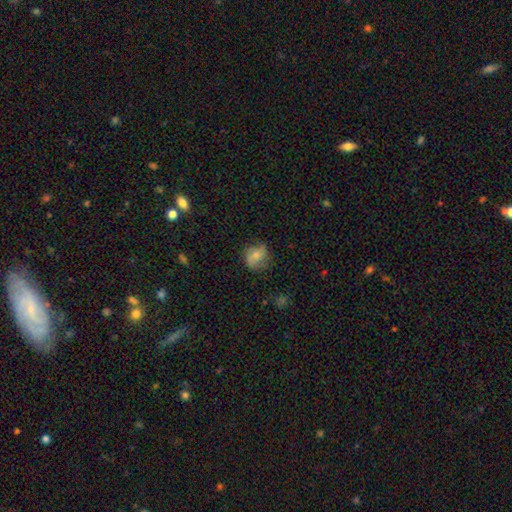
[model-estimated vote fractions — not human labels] smooth_or_featured: smooth (p=0.53) [alt: featured or disk p=0.38]
how_rounded: round (p=0.70) [alt: in between p=0.29]
merging: none (p=0.69) [alt: minor disturbance p=0.22]